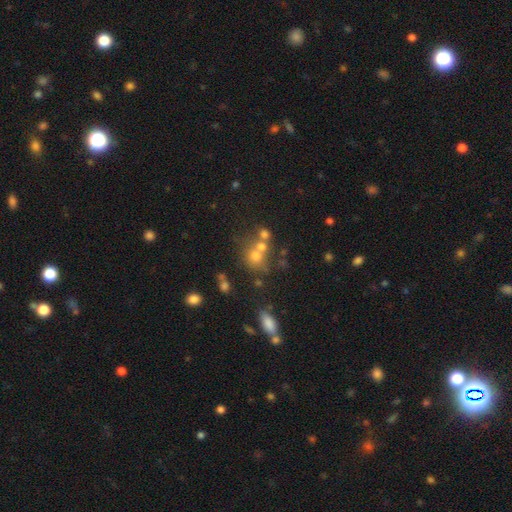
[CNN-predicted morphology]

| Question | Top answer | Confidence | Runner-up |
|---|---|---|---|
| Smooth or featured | smooth | 61% | featured or disk (20%) |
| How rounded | round | 75% | in between (24%) |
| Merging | merger | 43% | none (40%) |